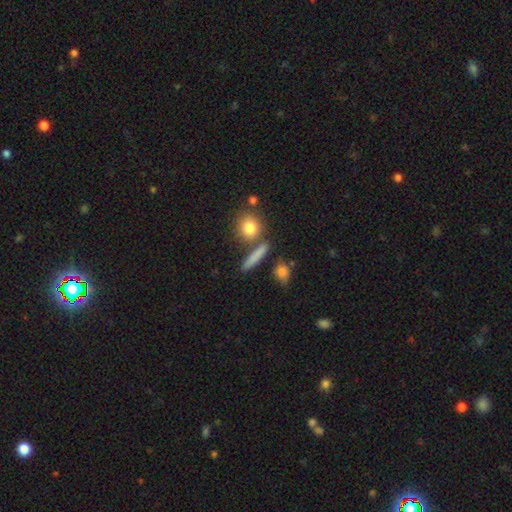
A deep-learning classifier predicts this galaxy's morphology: Q: Smooth or featured?
A: smooth (75%); runner-up: featured or disk (15%)
Q: How rounded?
A: cigar-shaped (61%); runner-up: round (21%)
Q: Merging?
A: none (76%); runner-up: minor disturbance (10%)